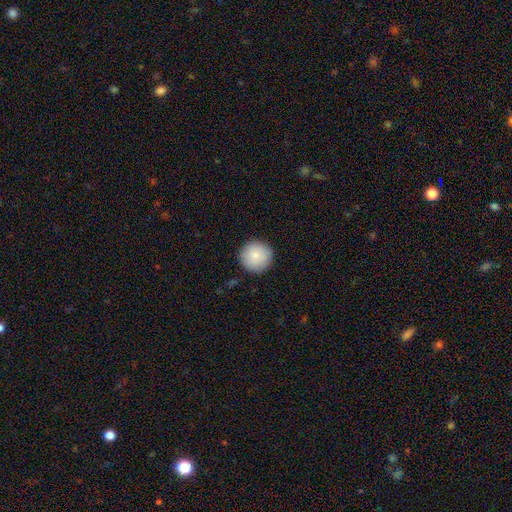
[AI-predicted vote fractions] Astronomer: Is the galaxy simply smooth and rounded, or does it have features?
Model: smooth — 86%.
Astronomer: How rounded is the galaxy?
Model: round — 96%.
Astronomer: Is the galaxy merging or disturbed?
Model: none — 91%.